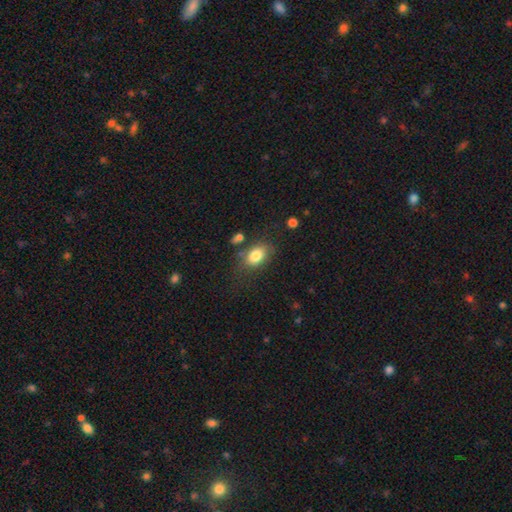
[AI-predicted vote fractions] This is clearly a smooth galaxy (82%). How rounded: clearly in between (82%). Merging: likely none (68%).